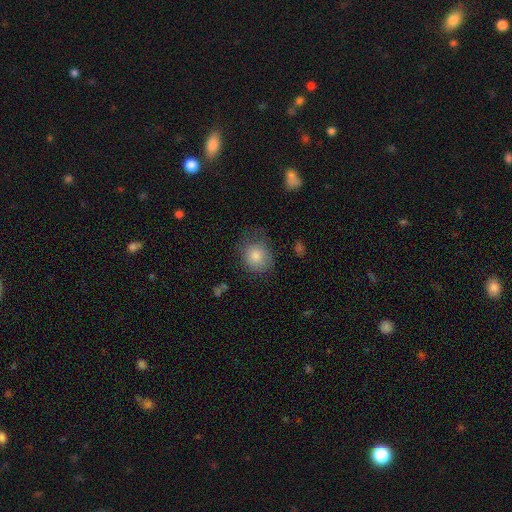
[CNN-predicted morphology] A smooth galaxy with no disk features (80%) that is round (74%).

Vote fractions:
- Smooth or featured? smooth: 80% / featured or disk: 10% / star or artifact: 10%
- How rounded? round: 74% / in between: 25% / cigar-shaped: 1%
- Merging? none: 63% / minor disturbance: 25% / major disturbance: 11% / merger: 2%